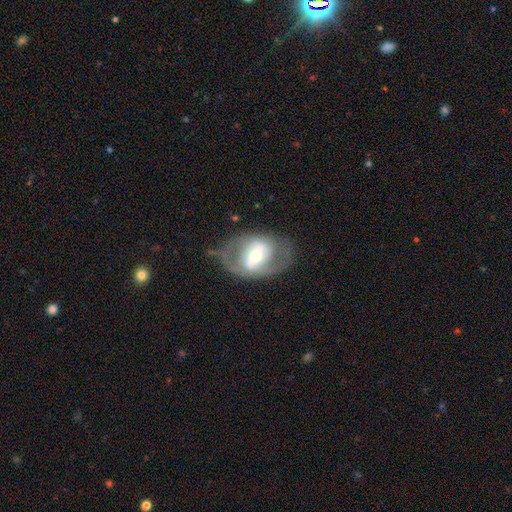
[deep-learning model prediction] Morphology: type=featured or disk (68%); edge-on=no (93%); bar=strong (34%, tied with no); spiral arms=no (52%); bulge=moderate (59%); merging=none (64%).